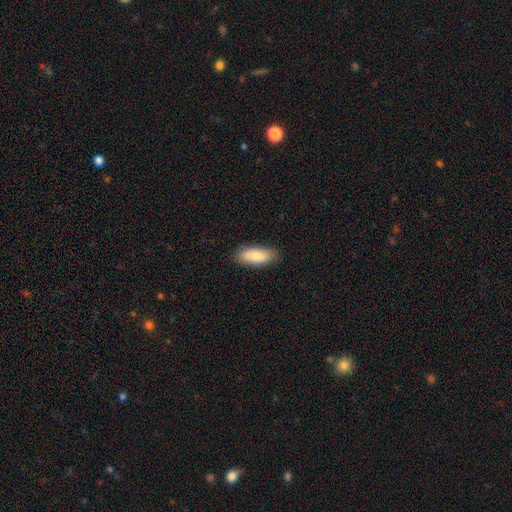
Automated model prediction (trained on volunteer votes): This appears to be a smooth galaxy with no disk features (85%) that is in between round and cigar-shaped (77%). Merging: none (86%).